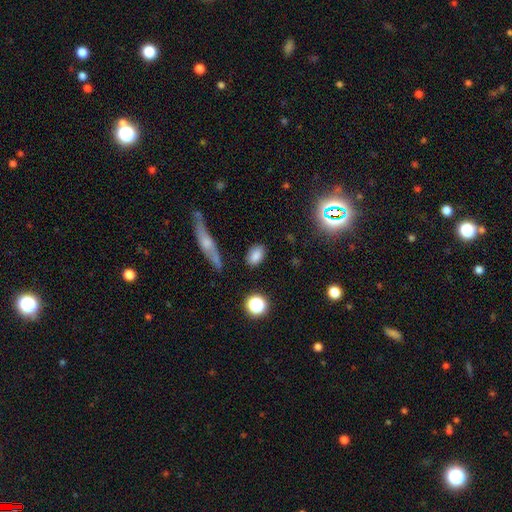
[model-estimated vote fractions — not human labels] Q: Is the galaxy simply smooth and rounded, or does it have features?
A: smooth — 82%.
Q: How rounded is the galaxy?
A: in between — 83%.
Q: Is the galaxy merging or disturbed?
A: none — 84%.